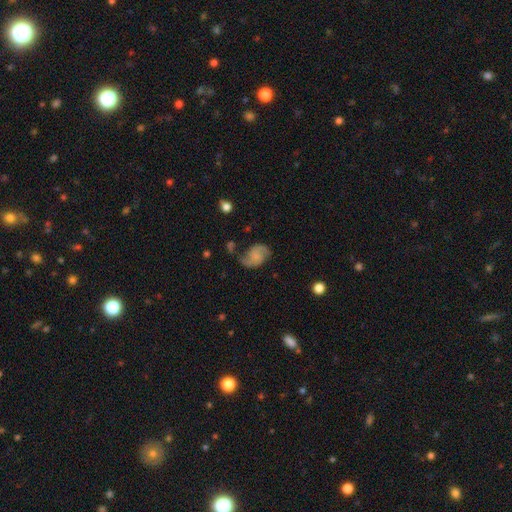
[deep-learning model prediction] Morphology: type=featured or disk (72%); edge-on=no (98%); bar=no (59%); spiral arms=yes (94%); winding=medium (45%); arm count=2 (89%); bulge=none (51%); merging=none (60%).